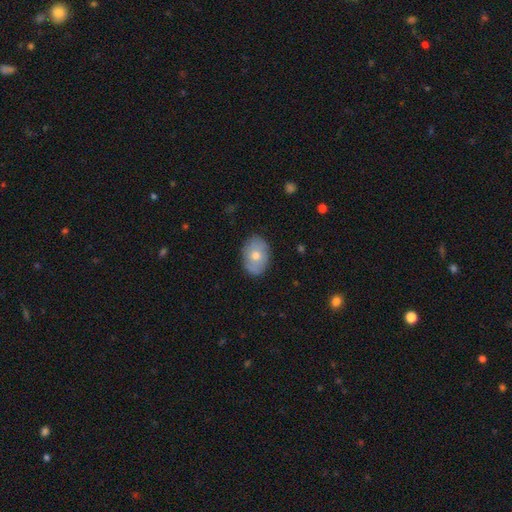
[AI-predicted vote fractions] Q: Smooth or featured?
A: smooth (60%); runner-up: featured or disk (32%)
Q: How rounded?
A: in between (75%); runner-up: round (24%)
Q: Merging?
A: none (84%); runner-up: minor disturbance (12%)